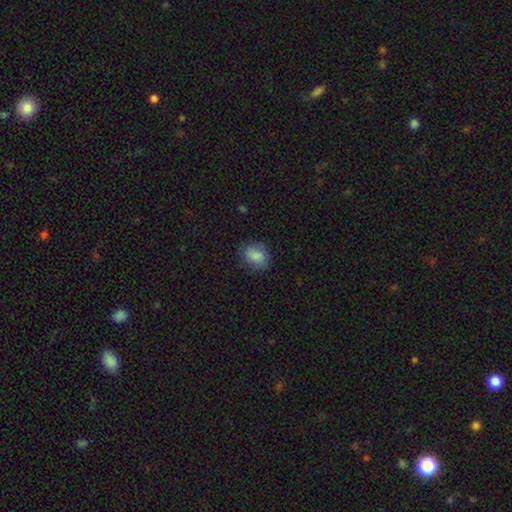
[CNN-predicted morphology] A smooth galaxy with no disk features (84%) that is in between round and cigar-shaped (51%).

Vote fractions:
- Smooth or featured? smooth: 84% / star or artifact: 8% / featured or disk: 8%
- How rounded? in between: 51% / round: 48% / cigar-shaped: 1%
- Merging? none: 76% / minor disturbance: 18% / major disturbance: 5% / merger: 1%